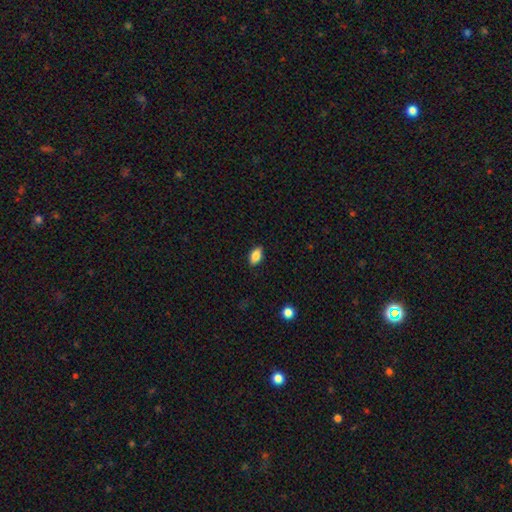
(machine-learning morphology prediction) Smooth or featured?
  - smooth: 86% *
  - star or artifact: 8%
  - featured or disk: 6%
How rounded?
  - in between: 90% *
  - round: 6%
  - cigar-shaped: 4%
Merging?
  - none: 87% *
  - minor disturbance: 10%
  - major disturbance: 2%
  - merger: 1%